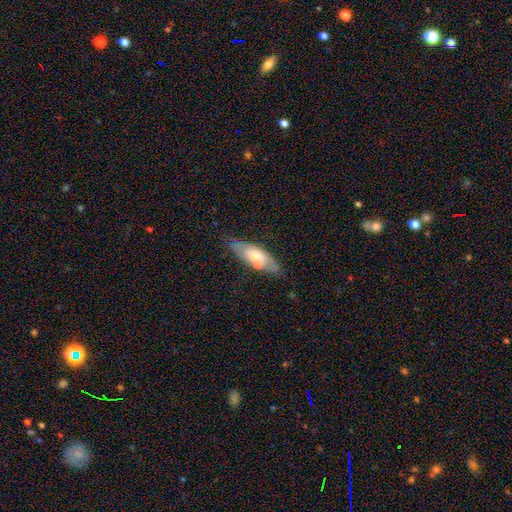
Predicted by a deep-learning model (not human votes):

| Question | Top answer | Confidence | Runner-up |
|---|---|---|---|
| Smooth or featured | smooth | 50% | featured or disk (43%) |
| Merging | none | 64% | minor disturbance (19%) |